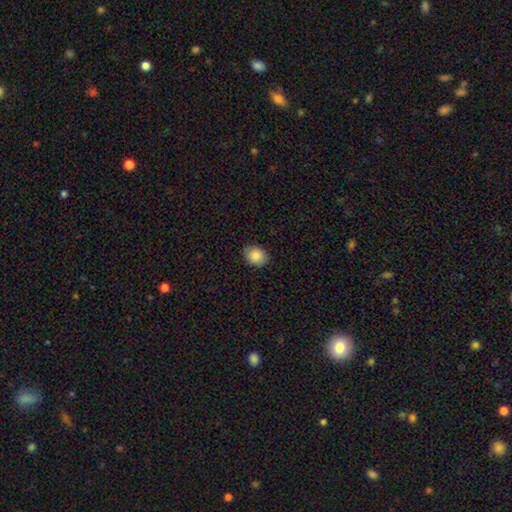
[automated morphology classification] Smooth or featured?
  - smooth: 87% *
  - star or artifact: 8%
  - featured or disk: 4%
How rounded?
  - in between: 53% *
  - round: 47%
  - cigar-shaped: 1%
Merging?
  - none: 87% *
  - minor disturbance: 10%
  - major disturbance: 2%
  - merger: 1%